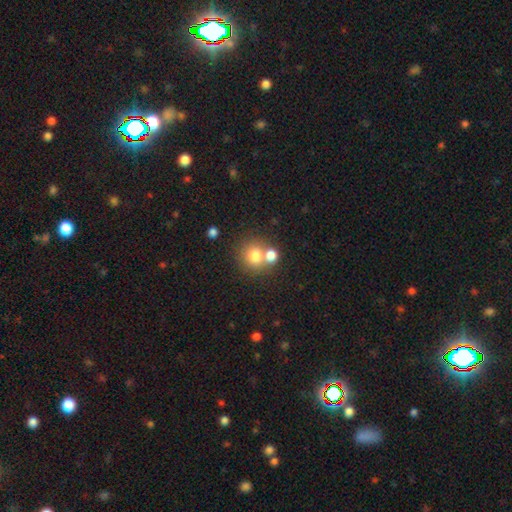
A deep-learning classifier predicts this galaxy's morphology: smooth_or_featured: smooth (p=0.76) [alt: featured or disk p=0.12]
how_rounded: round (p=0.87) [alt: in between p=0.12]
merging: none (p=0.52) [alt: merger p=0.38]